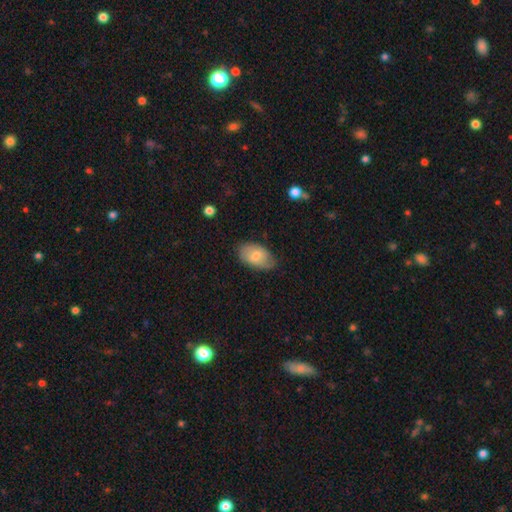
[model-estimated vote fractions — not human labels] Q: Smooth or featured?
A: smooth (70%); runner-up: featured or disk (24%)
Q: How rounded?
A: in between (92%); runner-up: round (7%)
Q: Merging?
A: none (72%); runner-up: minor disturbance (23%)